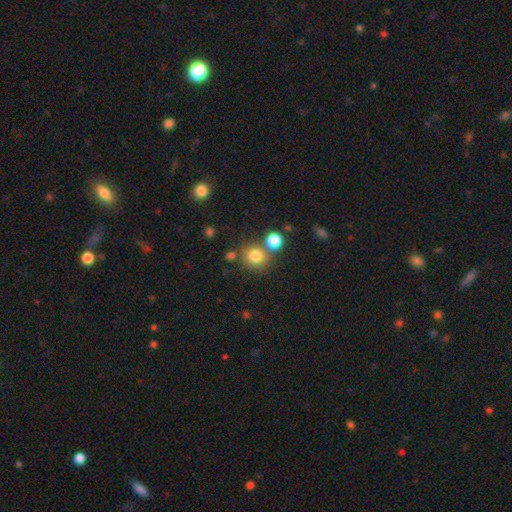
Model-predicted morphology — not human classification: Smooth or featured?
  - smooth: 80% *
  - star or artifact: 13%
  - featured or disk: 8%
How rounded?
  - round: 88% *
  - in between: 11%
  - cigar-shaped: 1%
Merging?
  - none: 67% *
  - merger: 20%
  - minor disturbance: 9%
  - major disturbance: 4%